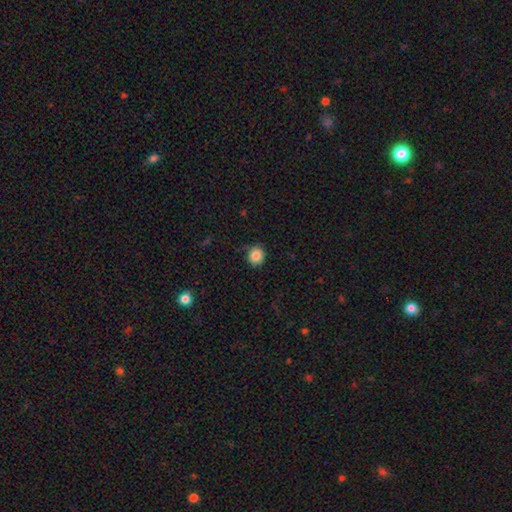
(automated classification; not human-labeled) smooth 85%, star or artifact 10%, featured or disk 5%. Down the decision tree: how rounded — round (87%); merging — none (84%).